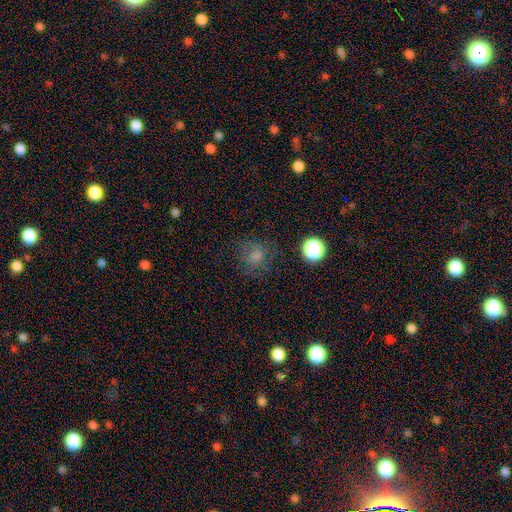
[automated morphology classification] Smooth or featured? smooth (63%)
How rounded? round (79%)
Merging? none (77%)